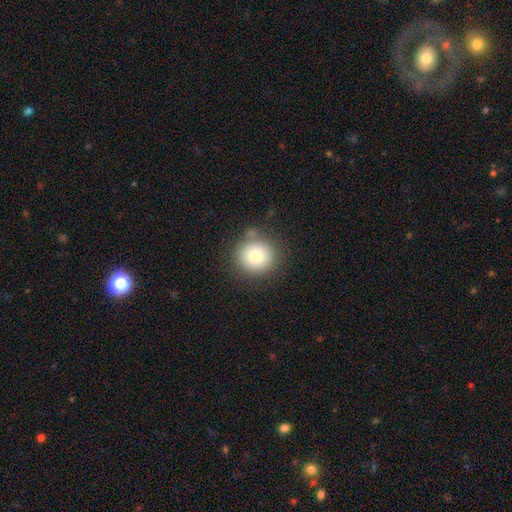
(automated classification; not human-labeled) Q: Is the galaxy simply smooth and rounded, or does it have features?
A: smooth — 76%.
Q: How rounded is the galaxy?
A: round — 92%.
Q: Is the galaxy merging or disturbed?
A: none — 80%.